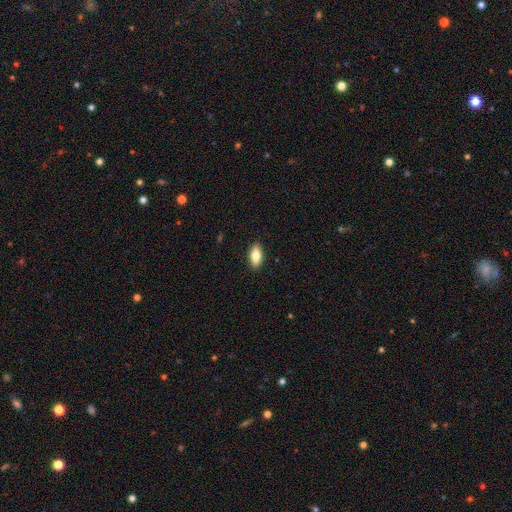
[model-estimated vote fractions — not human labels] This appears to be a smooth galaxy with no disk features (77%) that is in between round and cigar-shaped (85%). Merging: none (89%).